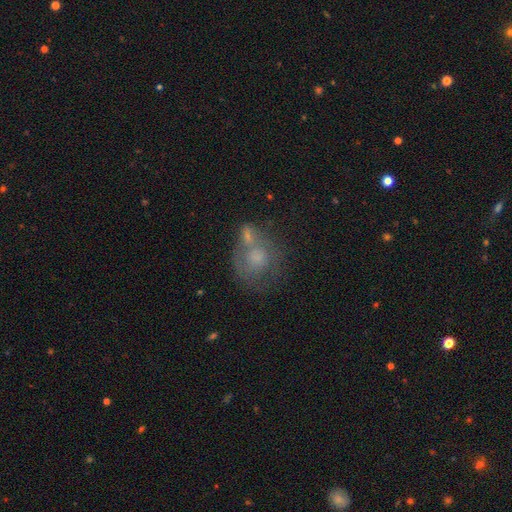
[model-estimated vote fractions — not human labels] Smooth or featured?
  - smooth: 49% *
  - featured or disk: 37%
  - star or artifact: 14%
Merging?
  - merger: 37% *
  - none: 35%
  - minor disturbance: 15%
  - major disturbance: 12%